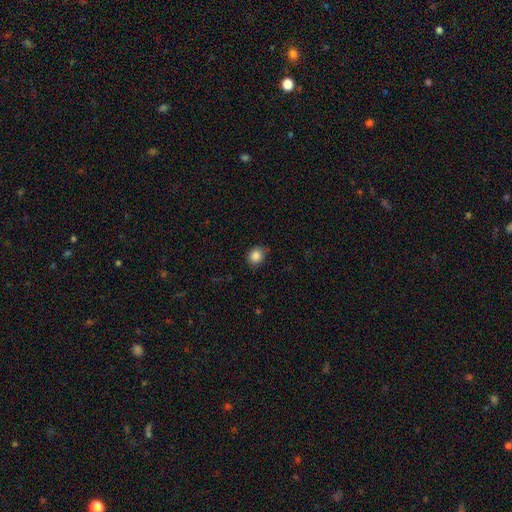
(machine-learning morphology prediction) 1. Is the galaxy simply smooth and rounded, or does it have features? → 85% smooth, 10% star or artifact, 4% featured or disk.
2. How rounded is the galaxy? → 75% round, 25% in between, 1% cigar-shaped.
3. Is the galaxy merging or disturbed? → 77% none, 19% minor disturbance, 3% major disturbance, 1% merger.